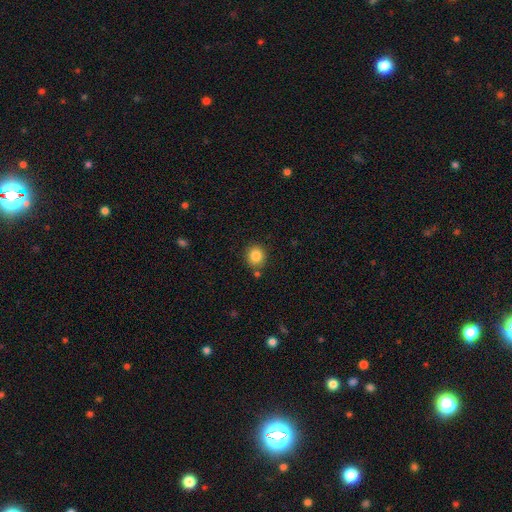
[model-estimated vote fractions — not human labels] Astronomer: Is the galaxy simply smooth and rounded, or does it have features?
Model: smooth — 86%.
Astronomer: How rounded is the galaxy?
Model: round — 85%.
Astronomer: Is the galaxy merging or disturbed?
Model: none — 81%.